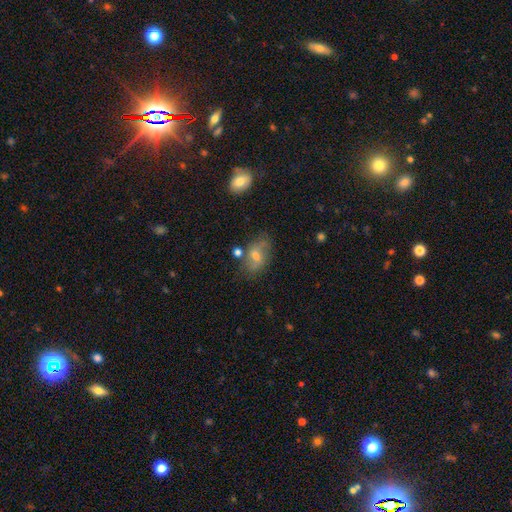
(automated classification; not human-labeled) smooth-or-featured: smooth: 56% | featured or disk: 34% | star or artifact: 11%
  how-rounded: in between: 84% | round: 14% | cigar-shaped: 3%
  merging: none: 64% | minor disturbance: 21% | major disturbance: 8% | merger: 7%